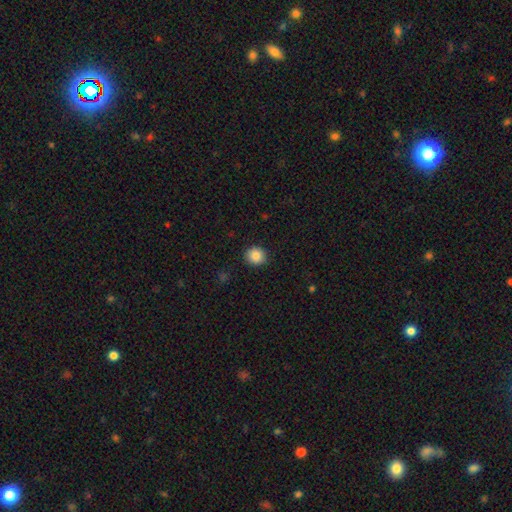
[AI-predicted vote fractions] Q: Smooth or featured?
A: smooth (85%); runner-up: star or artifact (9%)
Q: How rounded?
A: round (84%); runner-up: in between (15%)
Q: Merging?
A: none (91%); runner-up: minor disturbance (6%)